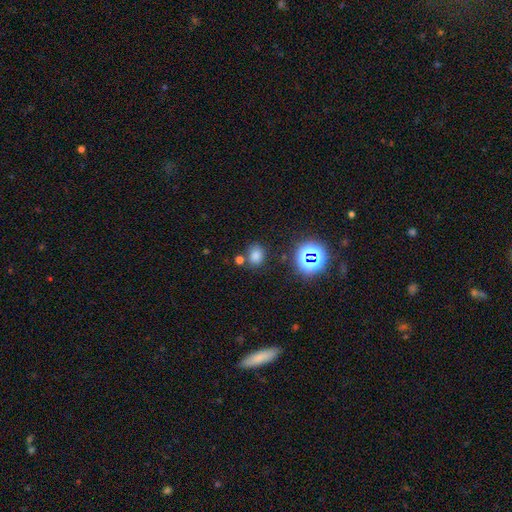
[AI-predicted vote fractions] smooth_or_featured: smooth (p=0.73) [alt: star or artifact p=0.20]
how_rounded: round (p=0.56) [alt: in between p=0.43]
merging: none (p=0.72) [alt: minor disturbance p=0.13]